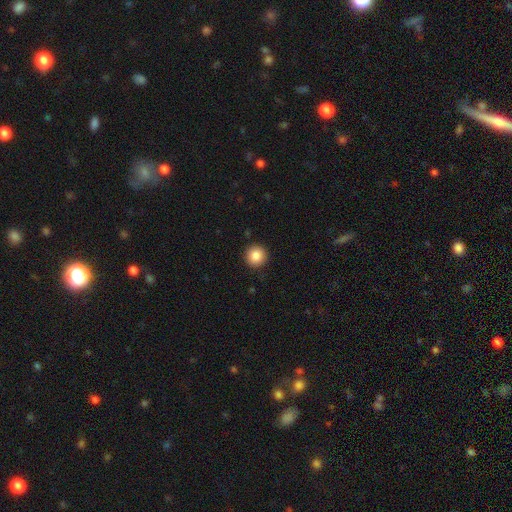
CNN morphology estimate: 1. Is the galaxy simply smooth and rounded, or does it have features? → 86% smooth, 10% star or artifact, 4% featured or disk.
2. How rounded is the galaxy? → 95% round, 4% in between, 1% cigar-shaped.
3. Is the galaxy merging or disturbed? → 92% none, 5% minor disturbance, 2% major disturbance, 1% merger.